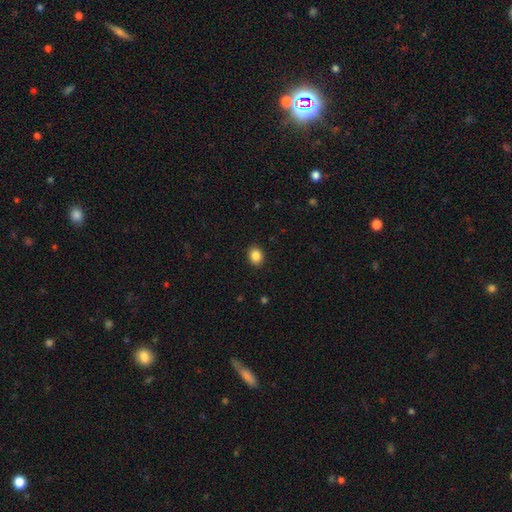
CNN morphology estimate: A smooth galaxy with no disk features (86%) that is round (53%). Merging: none (91%).